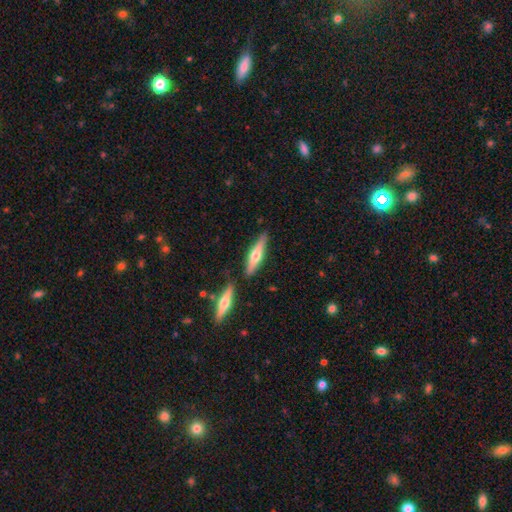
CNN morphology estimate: Q: Smooth or featured?
A: featured or disk (52%); runner-up: smooth (43%)
Q: Edge-on disk?
A: yes (94%); runner-up: no (6%)
Q: Merging?
A: none (78%); runner-up: minor disturbance (11%)